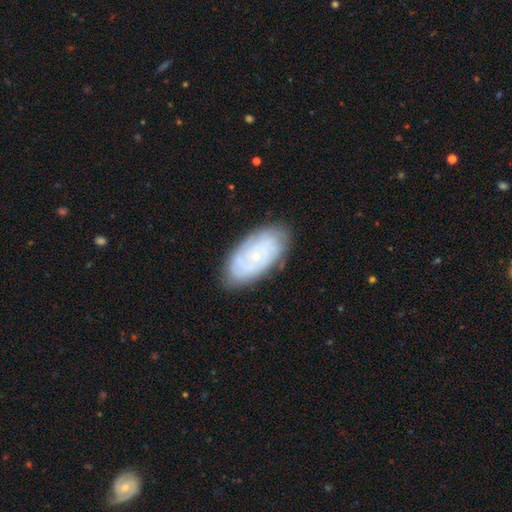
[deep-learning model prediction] featured or disk 68%, smooth 24%, star or artifact 7%. Down the decision tree: edge-on disk — no (95%); bar — no (81%); spiral arms — yes (87%); spiral arm count — can't tell (49%); spiral winding — tight (72%); bulge size — small (83%); merging — none (81%).